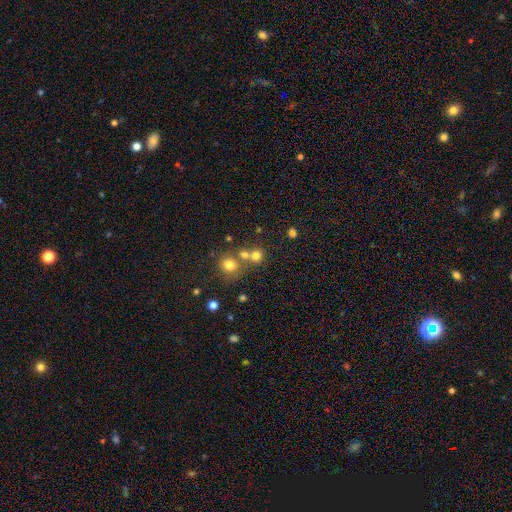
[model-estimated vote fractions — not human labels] smooth 72%, star or artifact 17%, featured or disk 11%. Down the decision tree: how rounded — round (84%); merging — none (49%).